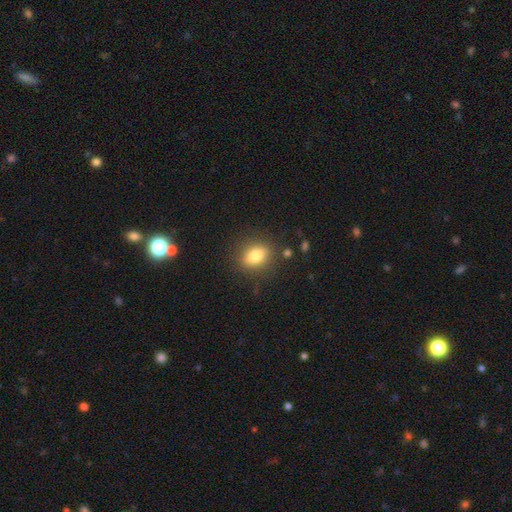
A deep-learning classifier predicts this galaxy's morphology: Smooth or featured: smooth — 78% (featured or disk — 13%)
How rounded: in between — 62% (round — 35%)
Merging: none — 84% (minor disturbance — 11%)